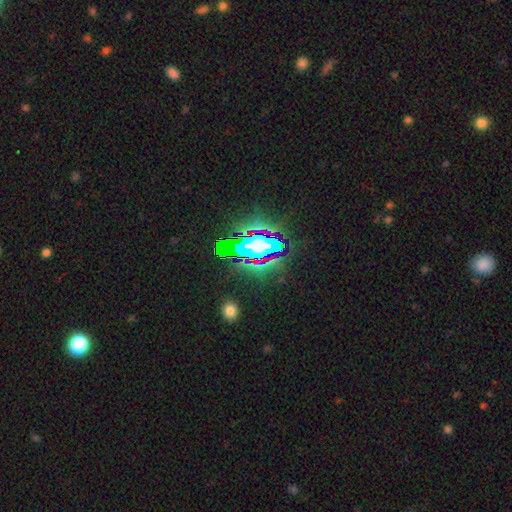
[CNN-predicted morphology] This is likely a star or artifact rather than a galaxy (63%).